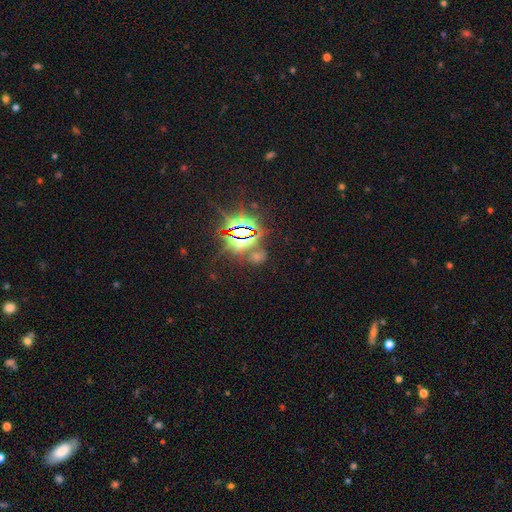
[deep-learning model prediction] Overall: star or artifact (82%).